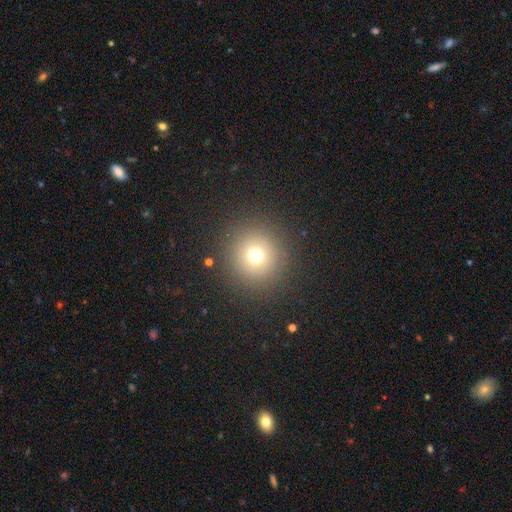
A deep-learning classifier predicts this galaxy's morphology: smooth_or_featured: smooth (p=0.70) [alt: star or artifact p=0.20]
how_rounded: round (p=0.95) [alt: in between p=0.04]
merging: none (p=0.89) [alt: minor disturbance p=0.06]